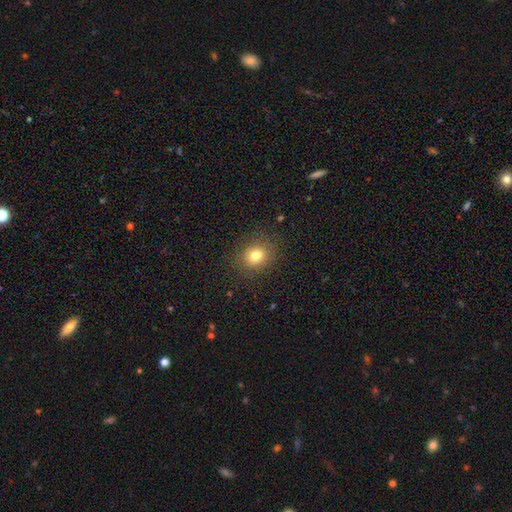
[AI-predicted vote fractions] Smooth or featured? Predicted: smooth (p=0.78). How rounded? Predicted: round (p=0.64). Merging? Predicted: none (p=0.85).